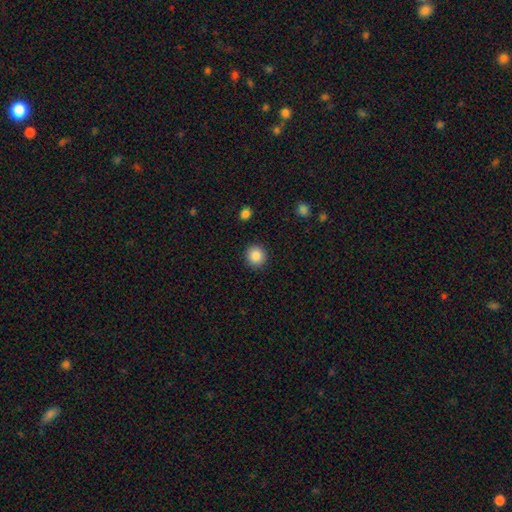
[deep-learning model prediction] smooth_or_featured: smooth (p=0.87) [alt: star or artifact p=0.09]
how_rounded: round (p=0.92) [alt: in between p=0.07]
merging: none (p=0.92) [alt: minor disturbance p=0.05]